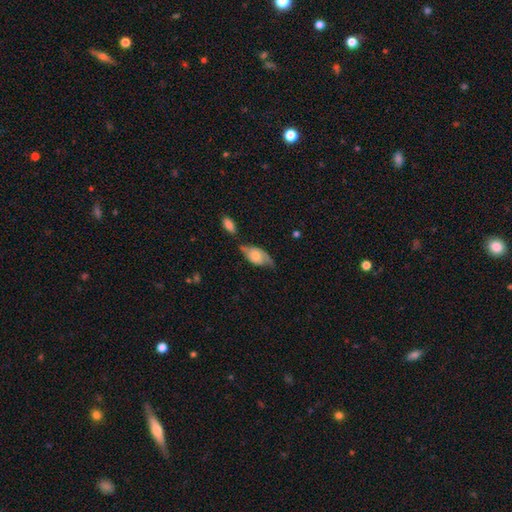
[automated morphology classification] A featured or disk galaxy (50%). Merging: none (43%).